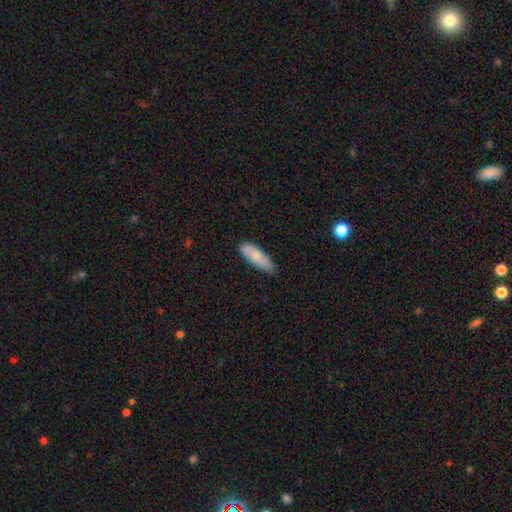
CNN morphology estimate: The model was most divided on "how rounded": in between: 62%, cigar-shaped: 36%, round: 2%. More confident: smooth or featured — smooth (77%); merging — none (75%).